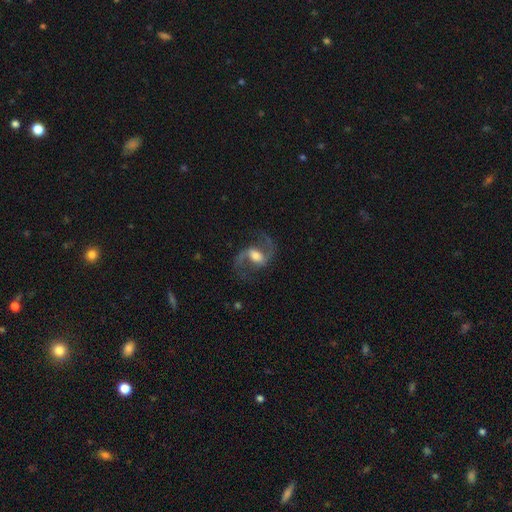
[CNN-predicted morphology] Smooth or featured?
  - featured or disk: 87% *
  - smooth: 7%
  - star or artifact: 5%
Edge-on disk?
  - no: 97% *
  - yes: 3%
Bar?
  - weak: 48% *
  - strong: 33%
  - no: 19%
Spiral arms?
  - yes: 96% *
  - no: 4%
Spiral winding?
  - medium: 47% *
  - loose: 46%
  - tight: 6%
Spiral arm count?
  - 2: 94% *
  - can't tell: 2%
  - 1: 2%
  - 3: 1%
  - 4: 1%
  - more than 4: 1%
Bulge size?
  - moderate: 54% *
  - small: 22%
  - large: 19%
  - none: 4%
  - dominant: 2%
Merging?
  - none: 75% *
  - minor disturbance: 13%
  - major disturbance: 11%
  - merger: 2%